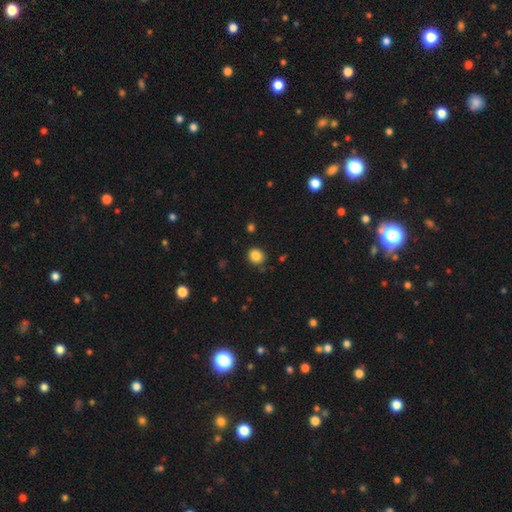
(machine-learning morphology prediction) This appears to be a smooth galaxy with no disk features (85%) that is round (81%). Merging: none (85%).